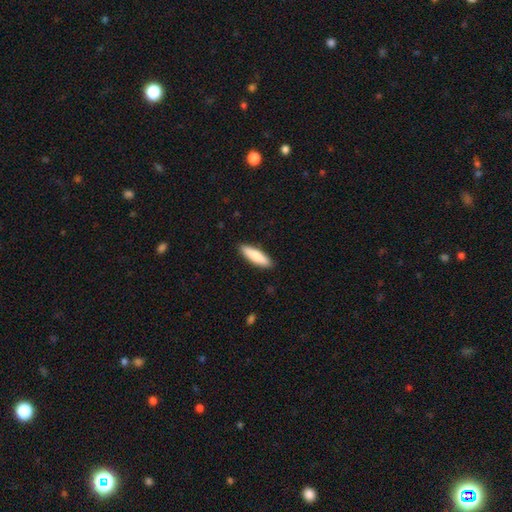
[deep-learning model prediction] smooth_or_featured: smooth (p=0.83) [alt: featured or disk p=0.12]
how_rounded: cigar-shaped (p=0.64) [alt: in between p=0.34]
merging: none (p=0.90) [alt: minor disturbance p=0.07]